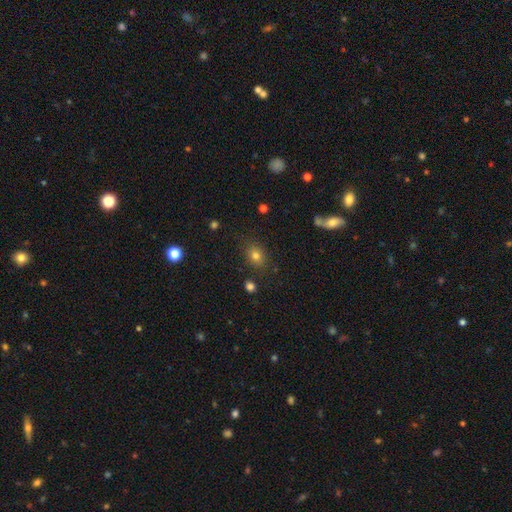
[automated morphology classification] Smooth or featured?
  - smooth: 76% *
  - star or artifact: 15%
  - featured or disk: 9%
How rounded?
  - in between: 54% *
  - round: 44%
  - cigar-shaped: 1%
Merging?
  - none: 82% *
  - minor disturbance: 12%
  - major disturbance: 4%
  - merger: 3%